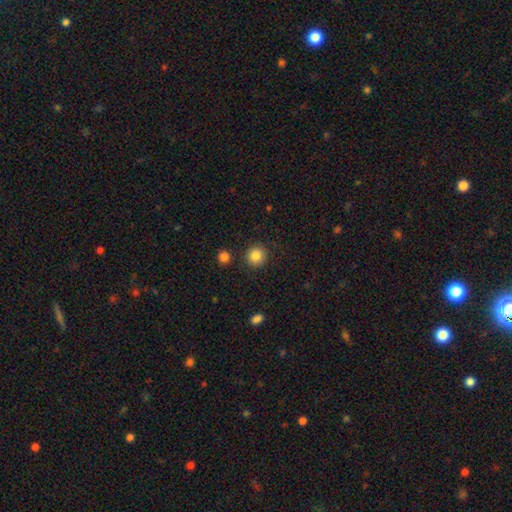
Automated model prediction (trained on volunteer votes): A smooth galaxy with no disk features (86%) that is round (93%).

Vote fractions:
- Smooth or featured? smooth: 86% / star or artifact: 10% / featured or disk: 4%
- How rounded? round: 93% / in between: 6% / cigar-shaped: 1%
- Merging? none: 88% / minor disturbance: 7% / merger: 3% / major disturbance: 3%